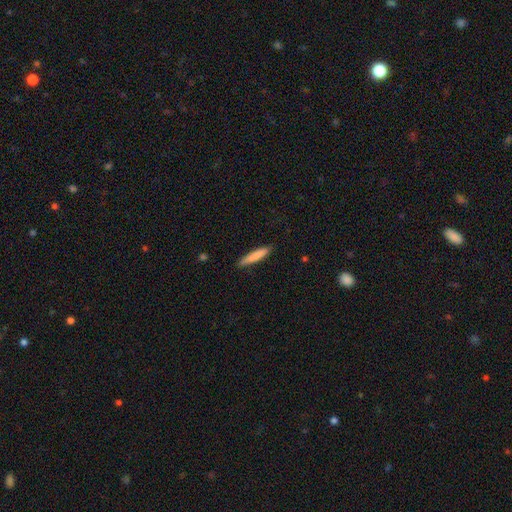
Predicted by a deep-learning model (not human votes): Smooth or featured? Predicted: smooth (p=0.81). How rounded? Predicted: cigar-shaped (p=0.90). Merging? Predicted: none (p=0.86).